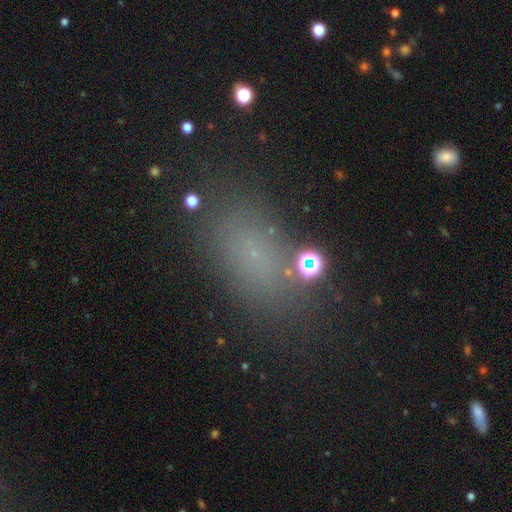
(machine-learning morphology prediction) type=smooth (66%); roundness=in between (84%); merging=none (77%).